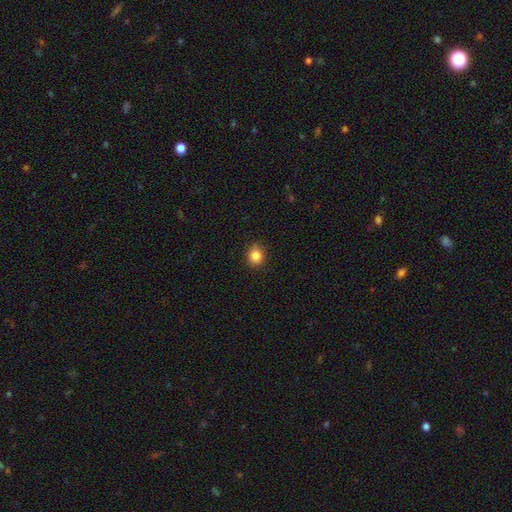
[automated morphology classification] Q: Smooth or featured?
A: smooth (85%); runner-up: star or artifact (11%)
Q: How rounded?
A: round (78%); runner-up: in between (21%)
Q: Merging?
A: none (88%); runner-up: minor disturbance (9%)